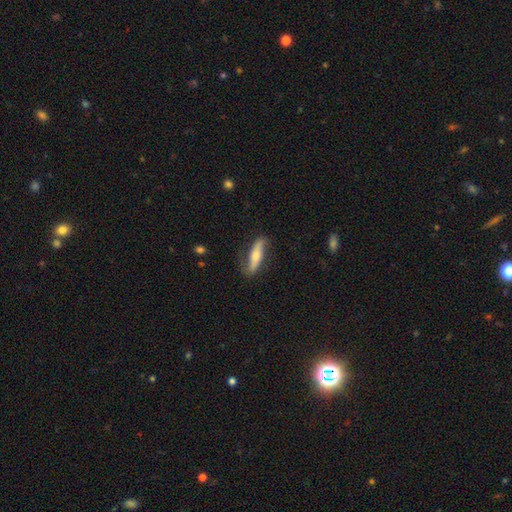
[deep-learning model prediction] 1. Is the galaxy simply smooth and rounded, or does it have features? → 60% featured or disk, 34% smooth, 6% star or artifact.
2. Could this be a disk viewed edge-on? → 51% no, 49% yes.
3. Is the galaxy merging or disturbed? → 76% none, 17% minor disturbance, 5% major disturbance, 1% merger.